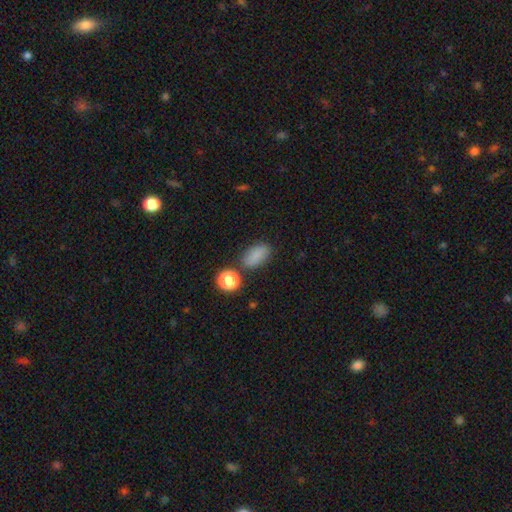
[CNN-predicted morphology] Smooth or featured? Predicted: smooth (p=0.83). How rounded? Predicted: in between (p=0.86). Merging? Predicted: none (p=0.77).